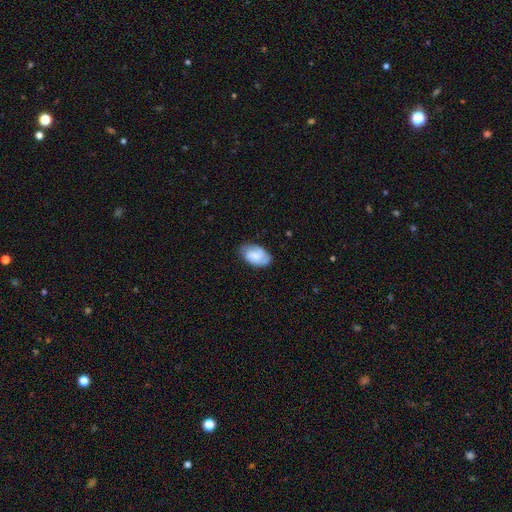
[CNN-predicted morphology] Overall: featured or disk (55%; smooth 38%). Edge-on disk: no (97%). Bar: no (54%; weak 39%). Spiral arms: yes (91%). Bulge size: small (42%; moderate 29%). Merging: none (73%).